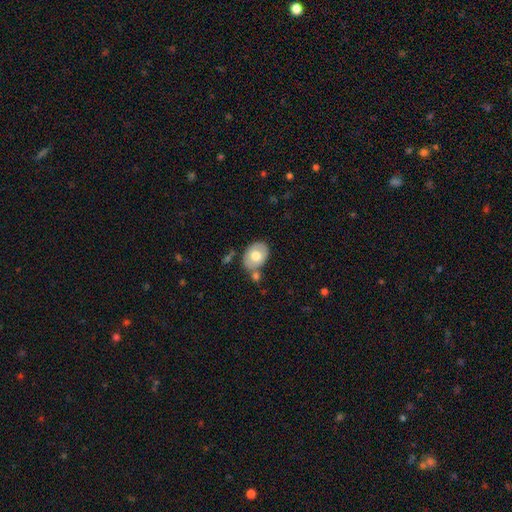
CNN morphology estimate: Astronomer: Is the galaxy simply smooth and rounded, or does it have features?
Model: smooth — 64%.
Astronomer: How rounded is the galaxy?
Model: in between — 77%.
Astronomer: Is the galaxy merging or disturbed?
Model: none — 63%.